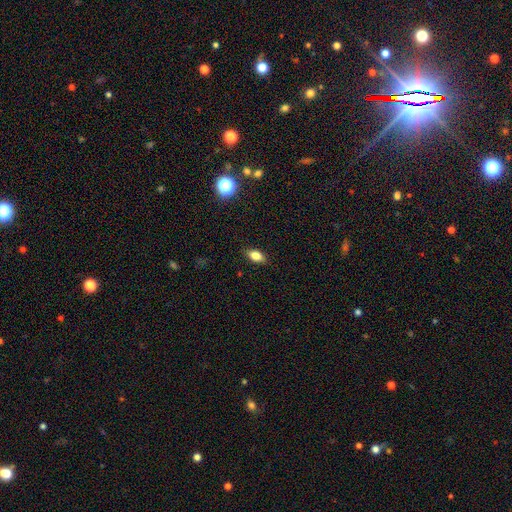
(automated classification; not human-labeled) Smooth or featured: smooth — 80% (featured or disk — 10%)
How rounded: in between — 86% (cigar-shaped — 7%)
Merging: none — 86% (minor disturbance — 10%)